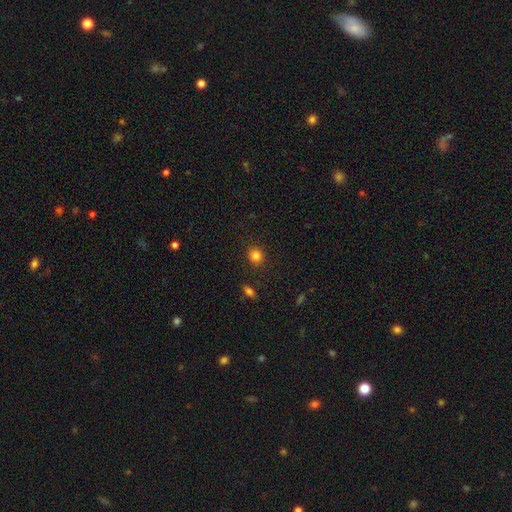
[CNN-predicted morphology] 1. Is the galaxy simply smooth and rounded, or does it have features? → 83% smooth, 12% star or artifact, 5% featured or disk.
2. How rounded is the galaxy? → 84% round, 15% in between, 1% cigar-shaped.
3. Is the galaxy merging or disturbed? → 89% none, 7% minor disturbance, 2% major disturbance, 2% merger.